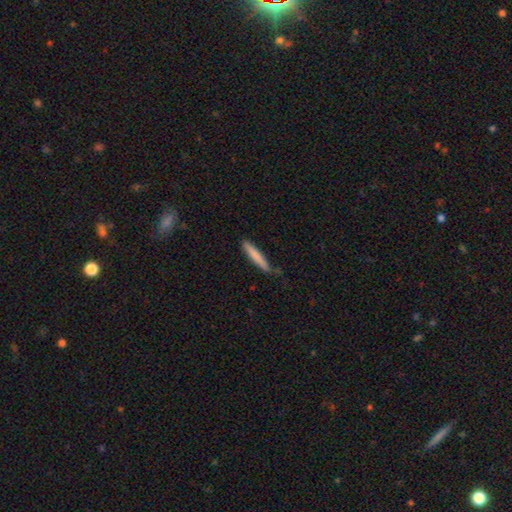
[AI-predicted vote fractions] This appears to be a smooth galaxy with no disk features (77%) that is cigar-shaped (94%). Merging: none (78%).